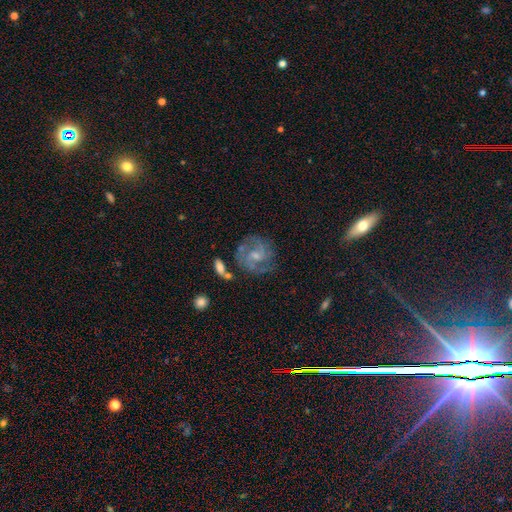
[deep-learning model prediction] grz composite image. It shows a featured or disk galaxy (78%) with a weak bar (49%), 2 (56%) medium (47%) spiral arms (92%) and a small central bulge (52%). Merging: none (68%).